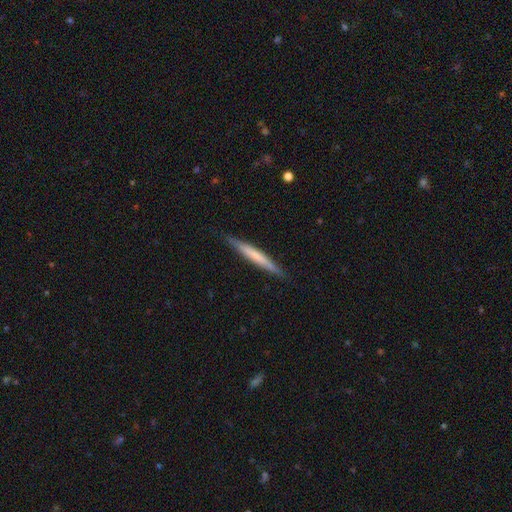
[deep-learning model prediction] Smooth or featured? Predicted: smooth (p=0.52). How rounded? Predicted: cigar-shaped (p=0.96). Merging? Predicted: none (p=0.88).